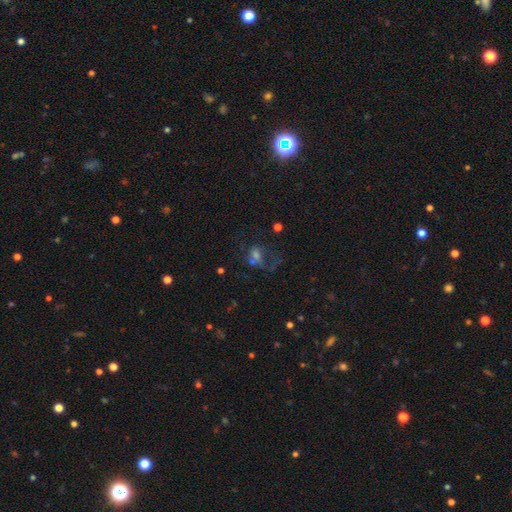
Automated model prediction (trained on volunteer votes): Overall: featured or disk (37%; star or artifact 32%). Merging: major disturbance (40%; none 29%).